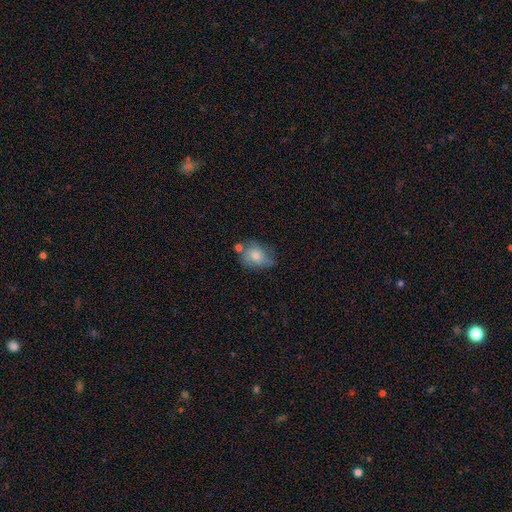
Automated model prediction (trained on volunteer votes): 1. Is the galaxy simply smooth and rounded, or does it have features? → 63% smooth, 28% featured or disk, 8% star or artifact.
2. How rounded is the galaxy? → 62% in between, 37% round, 1% cigar-shaped.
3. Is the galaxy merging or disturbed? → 47% none, 29% minor disturbance, 12% major disturbance, 12% merger.